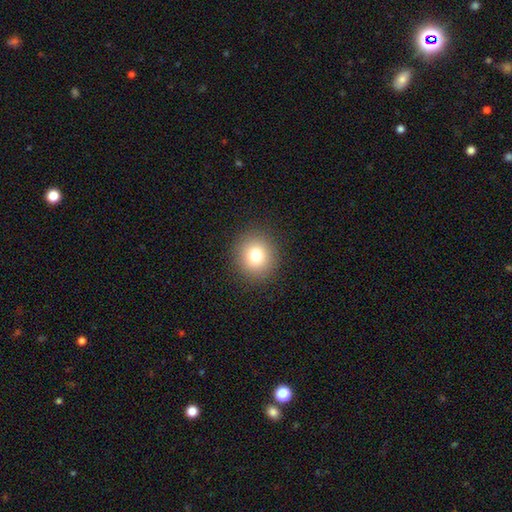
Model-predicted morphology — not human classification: Smooth or featured: smooth — 78% (star or artifact — 12%)
How rounded: round — 89% (in between — 10%)
Merging: none — 91% (minor disturbance — 6%)